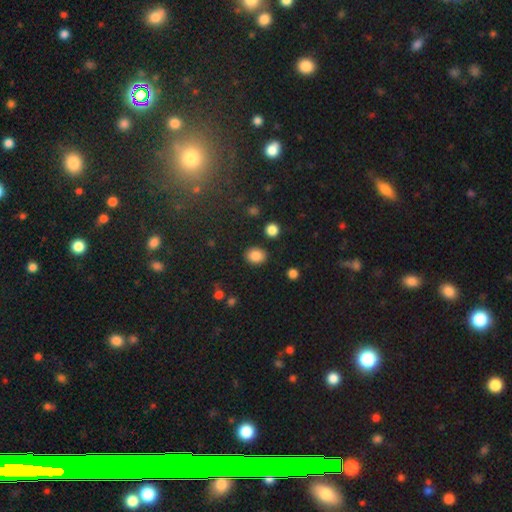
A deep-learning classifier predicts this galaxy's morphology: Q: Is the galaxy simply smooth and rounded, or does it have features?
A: smooth — 86%.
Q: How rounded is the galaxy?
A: round — 54%.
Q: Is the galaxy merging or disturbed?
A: none — 86%.